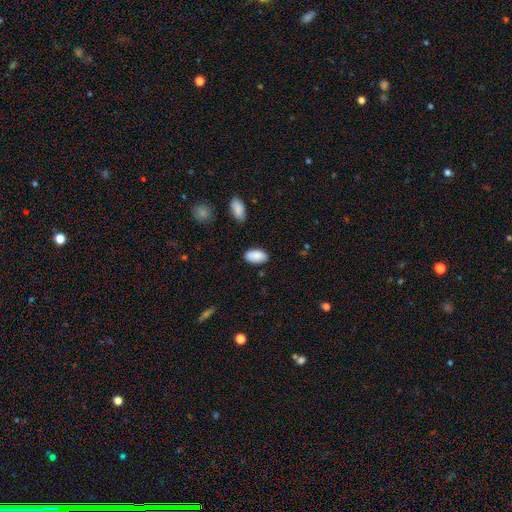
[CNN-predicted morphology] This is clearly a smooth galaxy (89%). How rounded: clearly in between (95%). Merging: clearly none (84%).